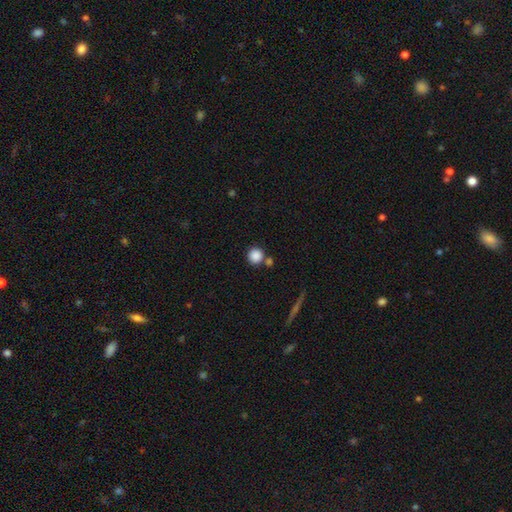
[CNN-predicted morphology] smooth-or-featured: smooth: 86% | star or artifact: 10% | featured or disk: 4%
  how-rounded: round: 94% | in between: 5% | cigar-shaped: 1%
  merging: none: 71% | merger: 18% | minor disturbance: 8% | major disturbance: 3%